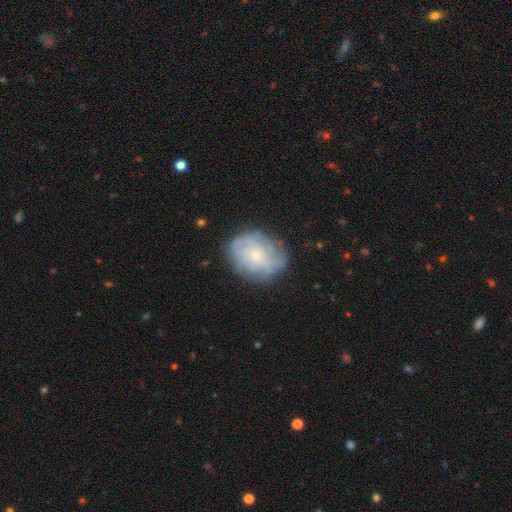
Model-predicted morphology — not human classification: The model was most divided on "smooth or featured": featured or disk: 60%, smooth: 32%, star or artifact: 8%. More confident: edge-on disk — no (97%); bar — no (81%); spiral arms — yes (75%); merging — none (74%); bulge size — small (69%).